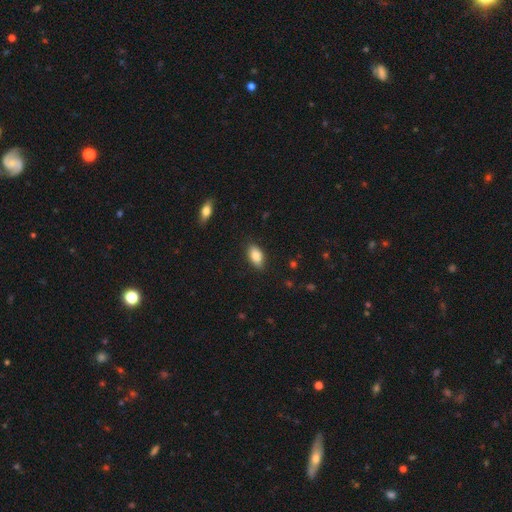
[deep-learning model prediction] Smooth or featured? Predicted: smooth (p=0.85). How rounded? Predicted: in between (p=0.91). Merging? Predicted: none (p=0.86).